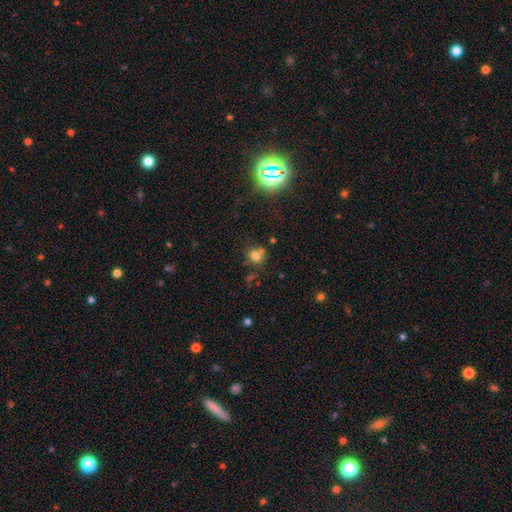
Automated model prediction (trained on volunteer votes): This is likely a smooth galaxy (72%). How rounded: likely round (73%). Merging: possibly none (54%).